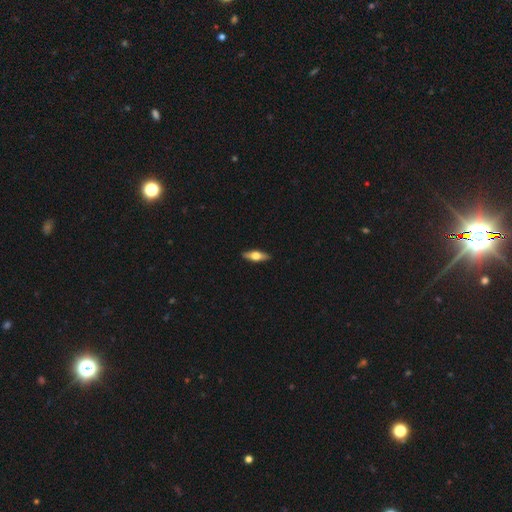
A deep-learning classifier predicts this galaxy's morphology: A featured or disk galaxy (53%) viewed edge-on (92%). Merging: none (90%).